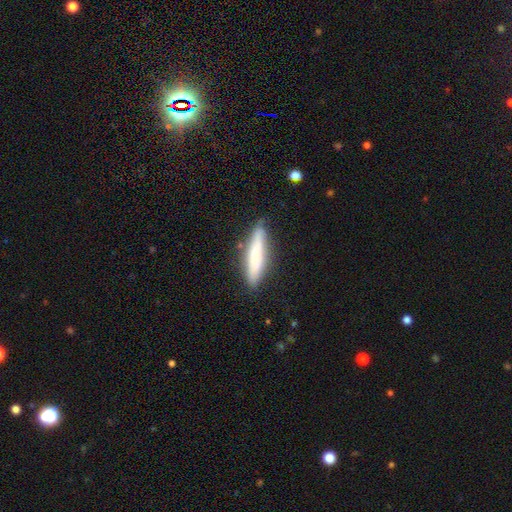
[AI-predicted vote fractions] smooth_or_featured: smooth (p=0.67) [alt: featured or disk p=0.27]
how_rounded: cigar-shaped (p=0.82) [alt: in between p=0.16]
merging: none (p=0.82) [alt: minor disturbance p=0.14]